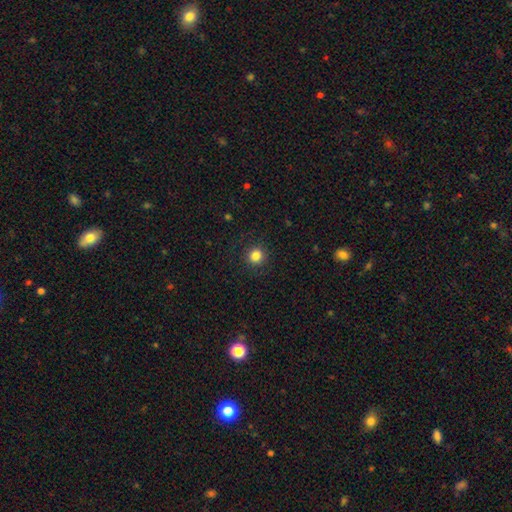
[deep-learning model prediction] The model was most divided on "smooth or featured": smooth: 84%, star or artifact: 12%, featured or disk: 4%. More confident: how rounded — round (93%); merging — none (91%).